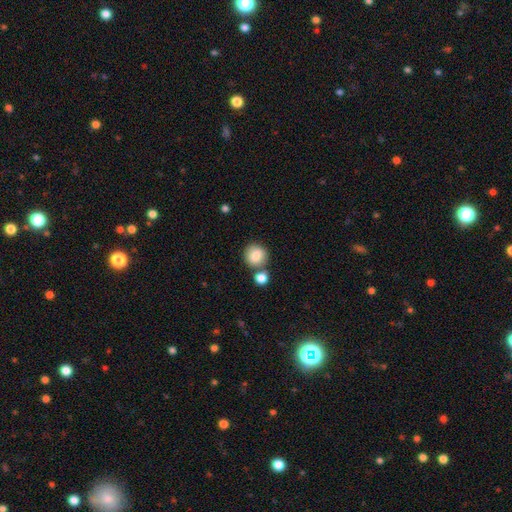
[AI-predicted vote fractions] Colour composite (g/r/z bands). It shows a smooth galaxy with no disk features (83%) that is round (87%). Merging: none (64%).